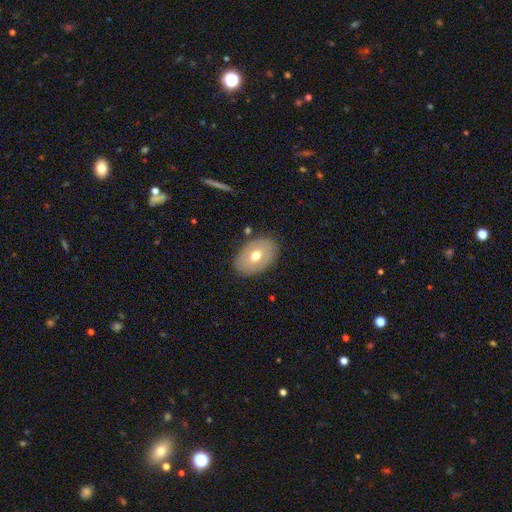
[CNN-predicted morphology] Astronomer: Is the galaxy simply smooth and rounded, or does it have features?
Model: smooth — 58% (runner-up: featured or disk, 35%).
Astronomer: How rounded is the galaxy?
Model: in between — 84%.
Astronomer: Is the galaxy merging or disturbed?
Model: none — 83%.